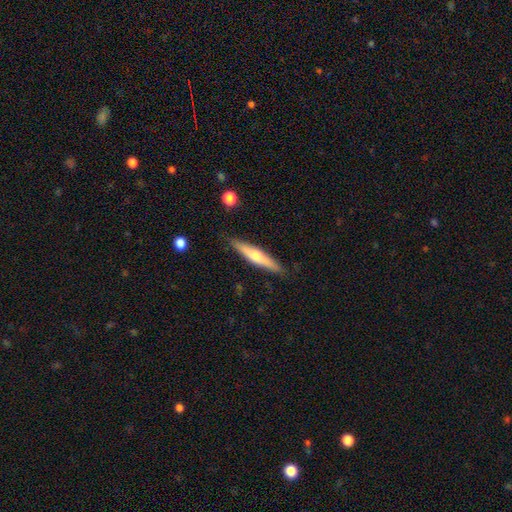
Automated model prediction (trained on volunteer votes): Smooth or featured? featured or disk (50%)
Edge-on disk? yes (95%)
Merging? none (88%)